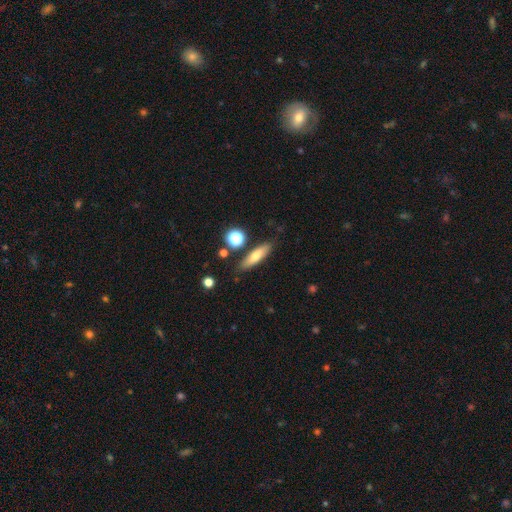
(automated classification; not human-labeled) A smooth galaxy with no disk features (67%) that is cigar-shaped (62%).

Vote fractions:
- Smooth or featured? smooth: 67% / featured or disk: 24% / star or artifact: 9%
- How rounded? cigar-shaped: 62% / in between: 35% / round: 4%
- Merging? none: 81% / minor disturbance: 11% / merger: 5% / major disturbance: 3%